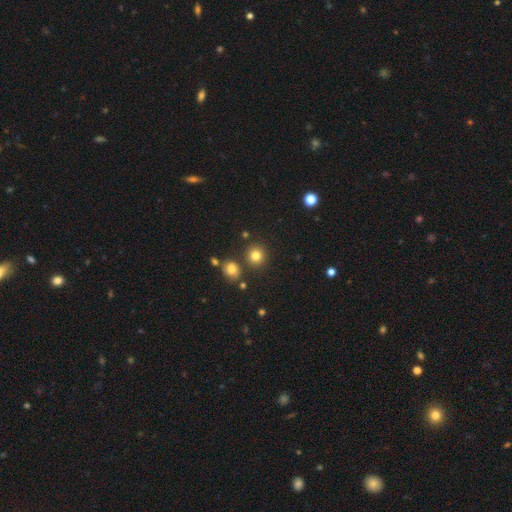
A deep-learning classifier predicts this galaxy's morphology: A smooth galaxy with no disk features (80%) that is round (90%).

Vote fractions:
- Smooth or featured? smooth: 80% / star or artifact: 14% / featured or disk: 6%
- How rounded? round: 90% / in between: 9% / cigar-shaped: 1%
- Merging? none: 83% / minor disturbance: 7% / merger: 6% / major disturbance: 3%